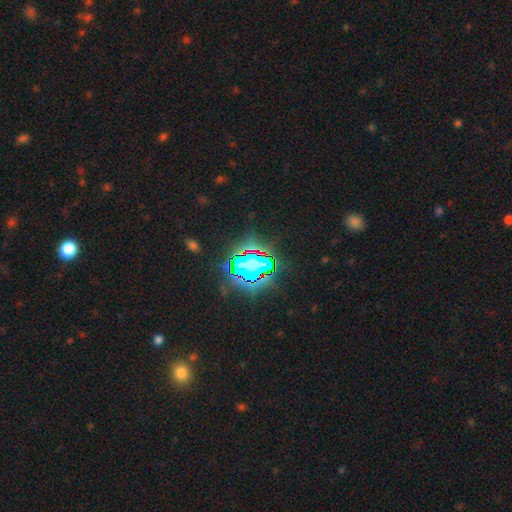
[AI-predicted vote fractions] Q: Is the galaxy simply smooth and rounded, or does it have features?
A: star or artifact — 71%.